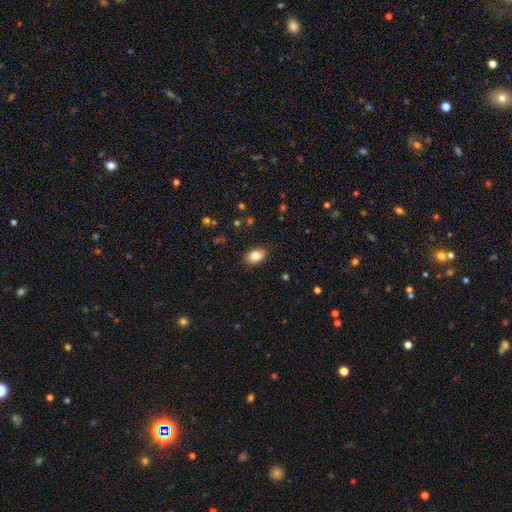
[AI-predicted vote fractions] Q: Smooth or featured?
A: smooth (82%); runner-up: featured or disk (9%)
Q: How rounded?
A: in between (84%); runner-up: round (15%)
Q: Merging?
A: none (86%); runner-up: minor disturbance (11%)